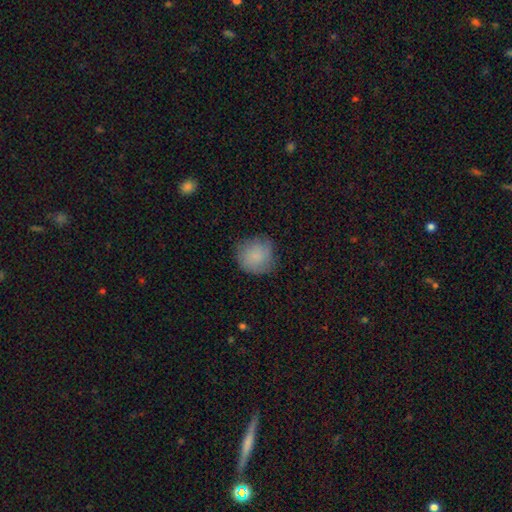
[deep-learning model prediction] Overall: smooth (81%). How rounded: round (88%). Merging: none (70%).